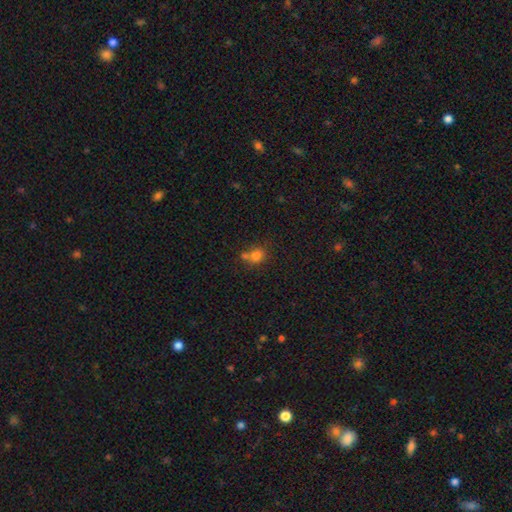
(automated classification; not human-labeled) smooth-or-featured: smooth: 77% | star or artifact: 13% | featured or disk: 10%
  how-rounded: round: 68% | in between: 31% | cigar-shaped: 1%
  merging: none: 45% | merger: 38% | minor disturbance: 12% | major disturbance: 5%